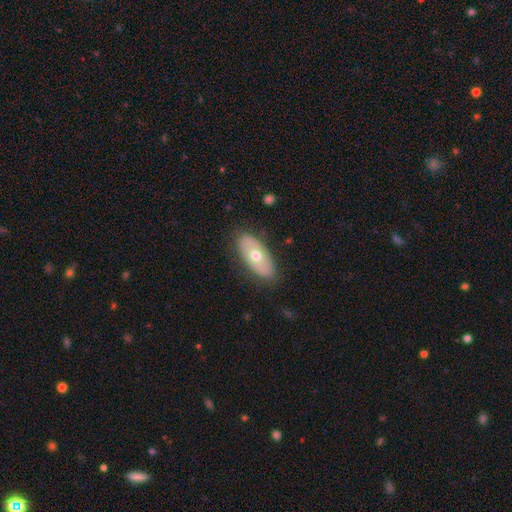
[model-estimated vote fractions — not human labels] Smooth or featured? Predicted: smooth (p=0.55). How rounded? Predicted: in between (p=0.89). Merging? Predicted: none (p=0.84).